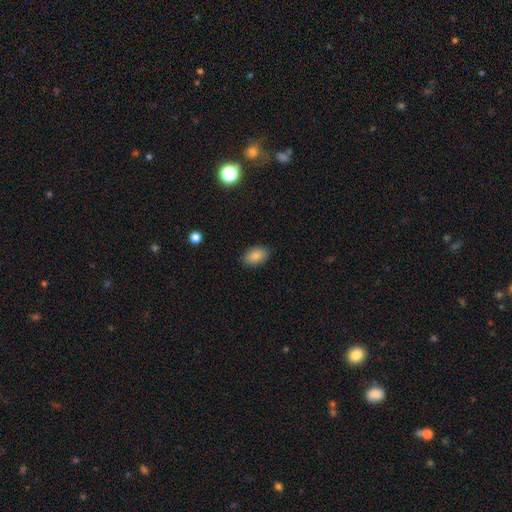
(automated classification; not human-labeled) Smooth or featured?
  - smooth: 87% *
  - star or artifact: 8%
  - featured or disk: 5%
How rounded?
  - in between: 90% *
  - round: 8%
  - cigar-shaped: 2%
Merging?
  - none: 86% *
  - minor disturbance: 11%
  - major disturbance: 2%
  - merger: 1%